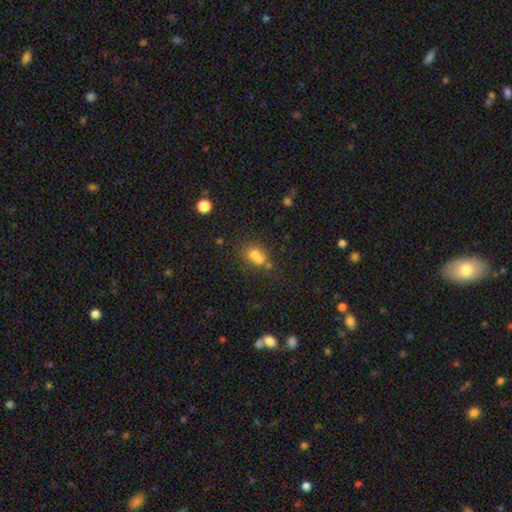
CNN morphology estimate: Smooth or featured? smooth (66%)
How rounded? round (55%)
Merging? merger (49%)